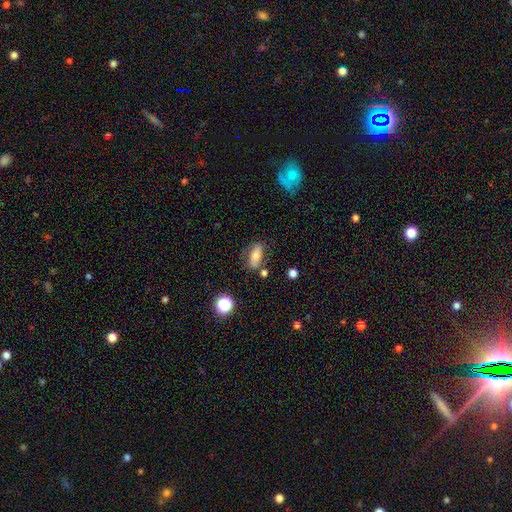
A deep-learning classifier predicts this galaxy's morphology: Smooth or featured? smooth (66%)
How rounded? in between (77%)
Merging? none (67%)